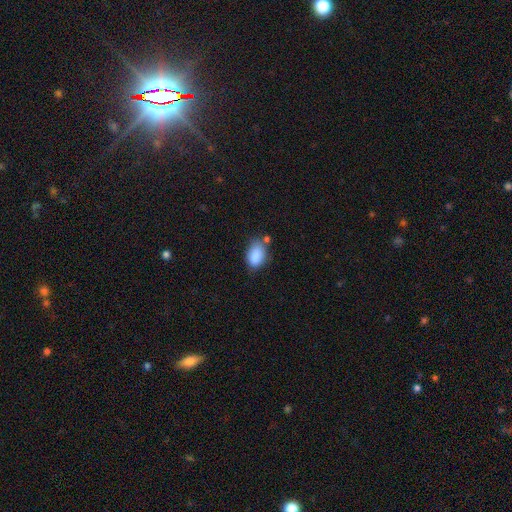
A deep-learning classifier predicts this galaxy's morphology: Smooth or featured: smooth — 87% (star or artifact — 8%)
How rounded: in between — 89% (round — 9%)
Merging: none — 59% (minor disturbance — 25%)